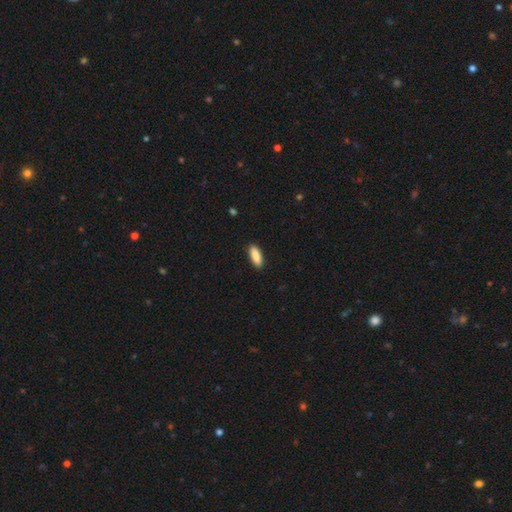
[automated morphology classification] The model was most divided on "how rounded": in between: 68%, cigar-shaped: 30%, round: 2%. More confident: merging — none (91%); smooth or featured — smooth (89%).